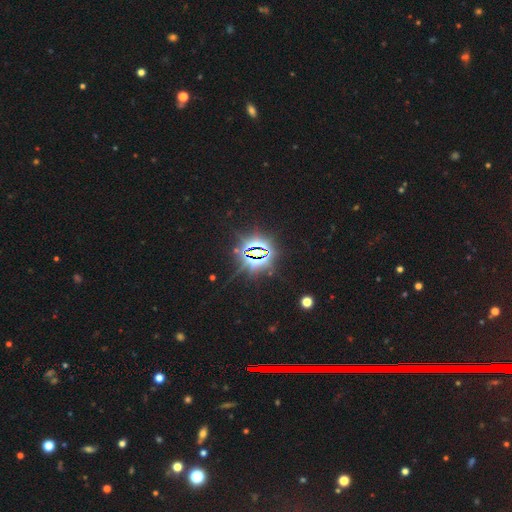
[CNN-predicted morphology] This is clearly a star or artifact rather than a galaxy (84%).